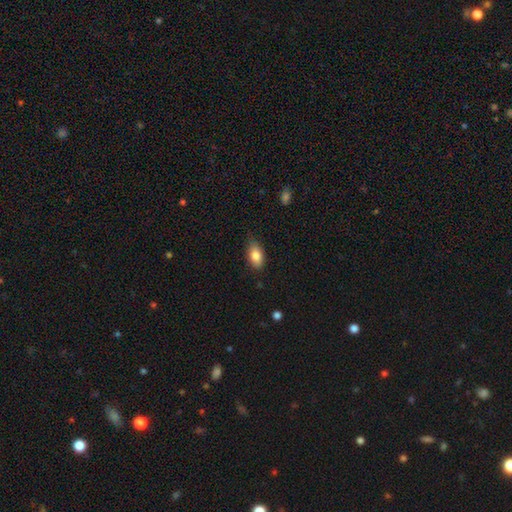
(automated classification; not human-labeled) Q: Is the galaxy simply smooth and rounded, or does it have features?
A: smooth — 83%.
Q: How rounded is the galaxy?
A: in between — 89%.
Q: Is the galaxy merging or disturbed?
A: none — 73%.